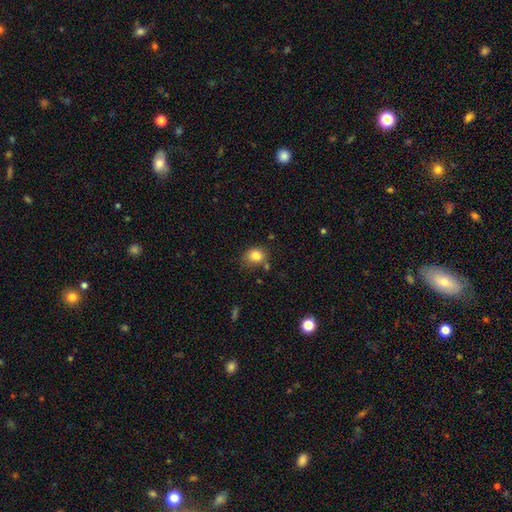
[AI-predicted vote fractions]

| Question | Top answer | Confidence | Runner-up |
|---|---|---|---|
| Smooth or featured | smooth | 83% | star or artifact (10%) |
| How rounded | round | 60% | in between (39%) |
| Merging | none | 66% | minor disturbance (21%) |